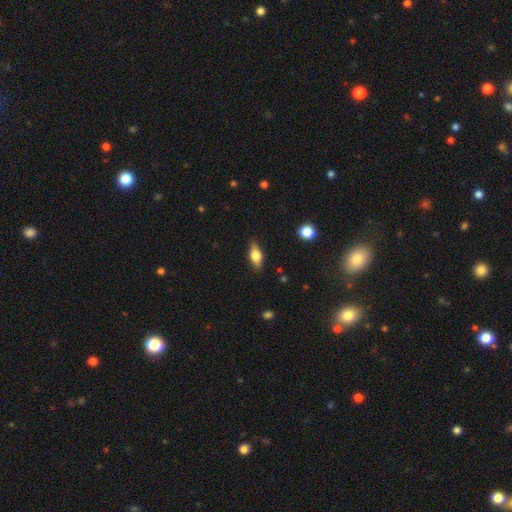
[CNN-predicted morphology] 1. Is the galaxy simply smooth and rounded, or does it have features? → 58% smooth, 34% featured or disk, 8% star or artifact.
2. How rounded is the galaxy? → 77% in between, 17% cigar-shaped, 7% round.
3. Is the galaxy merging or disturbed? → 84% none, 12% minor disturbance, 3% major disturbance, 1% merger.